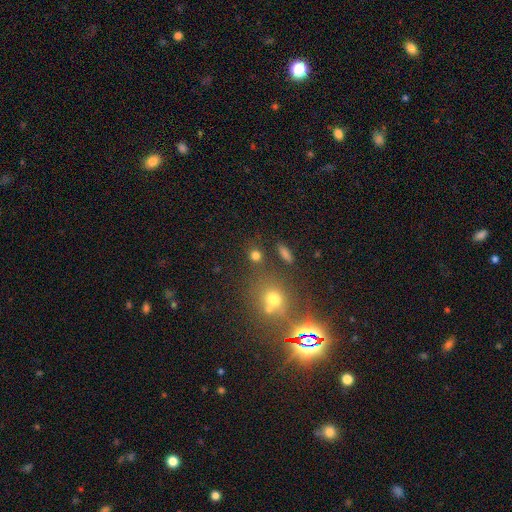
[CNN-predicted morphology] Q: Smooth or featured?
A: smooth (76%); runner-up: star or artifact (17%)
Q: How rounded?
A: round (81%); runner-up: in between (17%)
Q: Merging?
A: none (73%); runner-up: merger (12%)